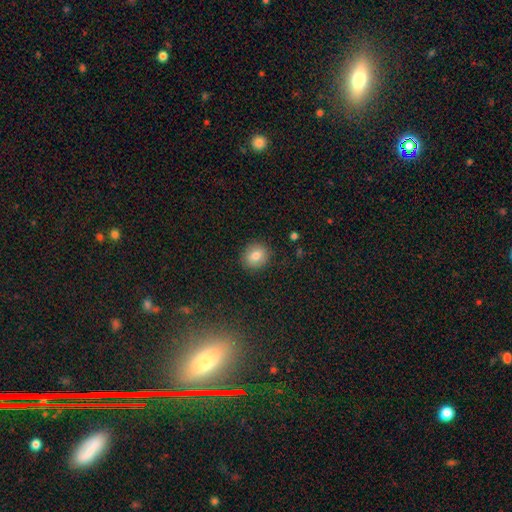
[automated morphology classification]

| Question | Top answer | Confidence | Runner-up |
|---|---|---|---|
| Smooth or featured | smooth | 81% | featured or disk (10%) |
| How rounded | round | 77% | in between (22%) |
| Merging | none | 88% | minor disturbance (9%) |